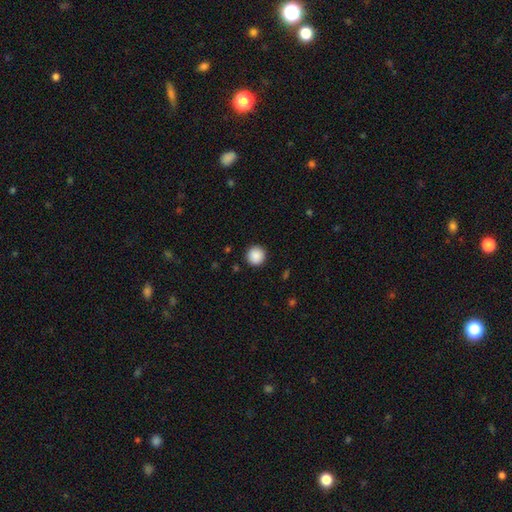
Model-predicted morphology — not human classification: This appears to be a smooth galaxy with no disk features (89%) that is round (95%). Merging: none (92%).